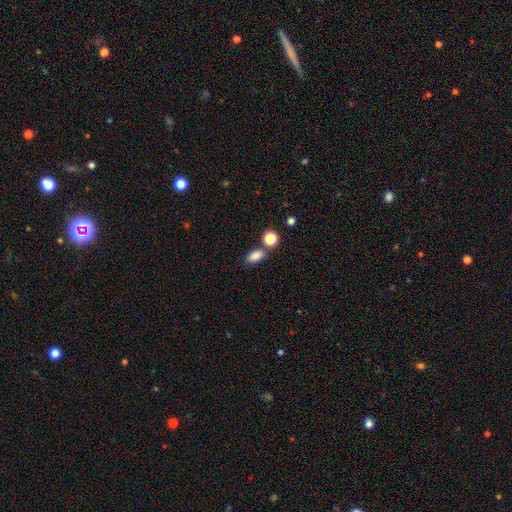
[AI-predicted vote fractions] smooth-or-featured: smooth: 85% | star or artifact: 11% | featured or disk: 5%
  how-rounded: in between: 85% | round: 13% | cigar-shaped: 3%
  merging: none: 69% | merger: 15% | minor disturbance: 13% | major disturbance: 4%